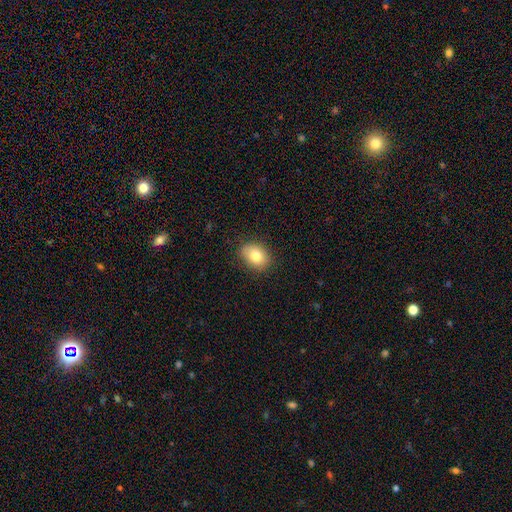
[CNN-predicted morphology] Overall: smooth (81%). How rounded: in between (67%; round 32%). Merging: none (84%).